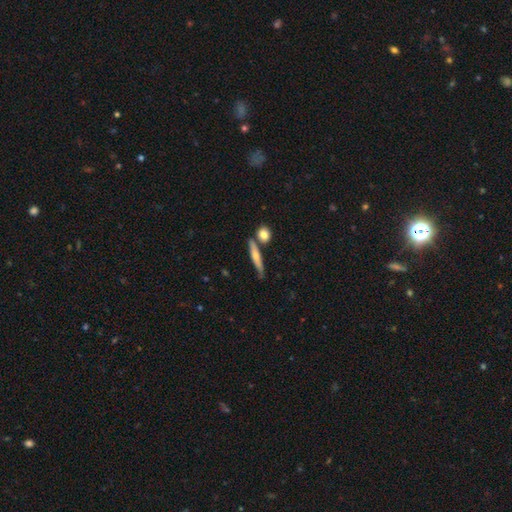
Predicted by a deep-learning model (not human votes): Smooth or featured? smooth (54%)
How rounded? cigar-shaped (85%)
Merging? none (69%)